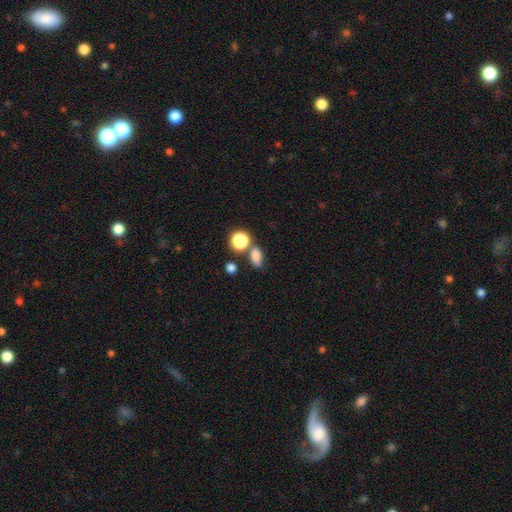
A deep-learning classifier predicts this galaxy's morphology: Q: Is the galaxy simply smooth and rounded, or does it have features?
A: smooth — 80%.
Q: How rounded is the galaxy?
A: in between — 76%.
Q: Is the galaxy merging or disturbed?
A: none — 64%.